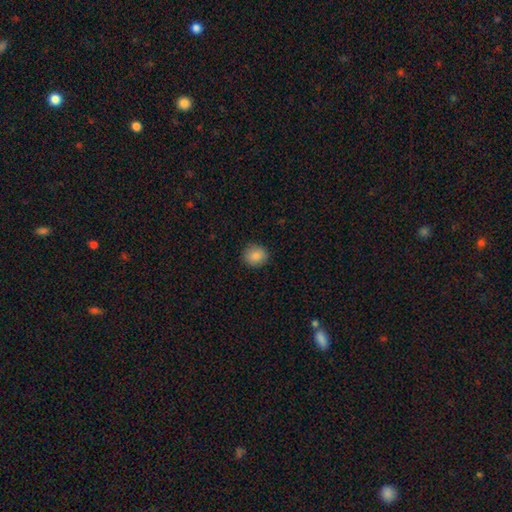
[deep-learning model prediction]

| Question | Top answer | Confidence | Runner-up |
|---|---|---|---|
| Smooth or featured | smooth | 86% | star or artifact (9%) |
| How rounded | round | 77% | in between (22%) |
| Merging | none | 88% | minor disturbance (9%) |